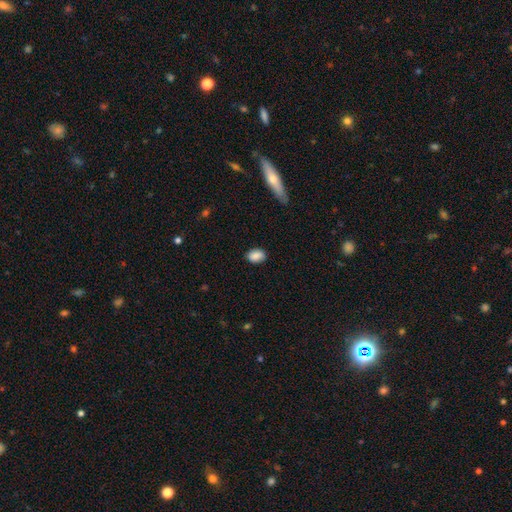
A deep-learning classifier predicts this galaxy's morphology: A smooth galaxy with no disk features (88%) that is in between round and cigar-shaped (82%). Merging: none (85%).